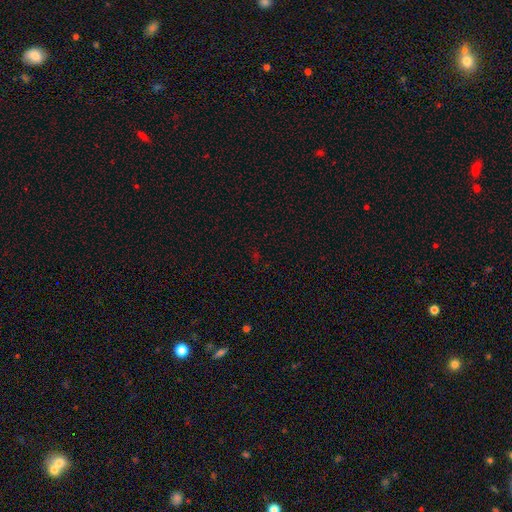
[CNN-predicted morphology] smooth_or_featured: star or artifact (p=0.66) [alt: smooth p=0.26]